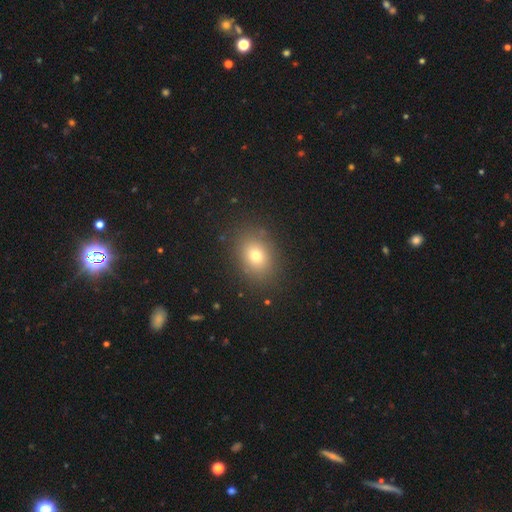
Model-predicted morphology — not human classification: This appears to be a smooth galaxy with no disk features (74%) that is in between round and cigar-shaped (57%). Merging: none (86%).